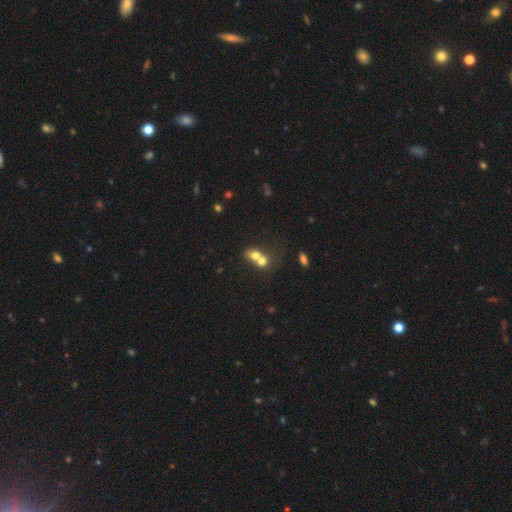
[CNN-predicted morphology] Overall: smooth (67%). How rounded: round (55%; in between 43%). Merging: merger (70%).